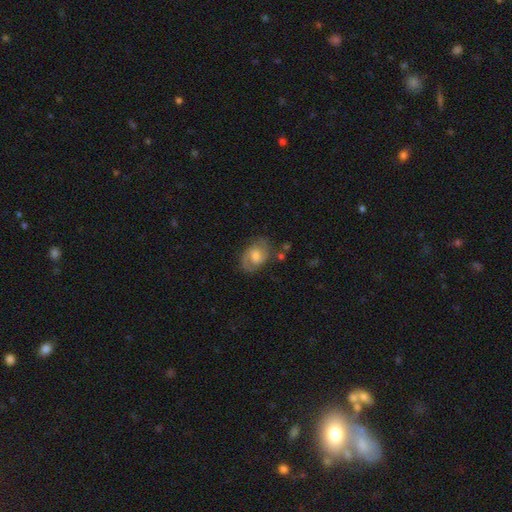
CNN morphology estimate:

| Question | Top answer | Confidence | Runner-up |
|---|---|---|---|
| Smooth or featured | featured or disk | 71% | smooth (22%) |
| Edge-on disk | no | 97% | yes (3%) |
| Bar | weak | 46% | tied: no (46%) |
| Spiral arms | yes | 92% | no (8%) |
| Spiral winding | medium | 50% | tight (32%) |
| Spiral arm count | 2 | 83% | can't tell (8%) |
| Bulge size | moderate | 52% | small (31%) |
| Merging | none | 73% | minor disturbance (18%) |